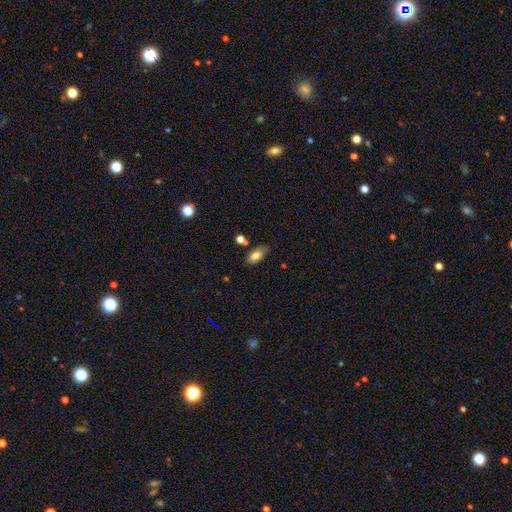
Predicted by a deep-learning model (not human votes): Q: Smooth or featured?
A: smooth (79%); runner-up: featured or disk (13%)
Q: How rounded?
A: in between (88%); runner-up: cigar-shaped (7%)
Q: Merging?
A: none (63%); runner-up: minor disturbance (24%)